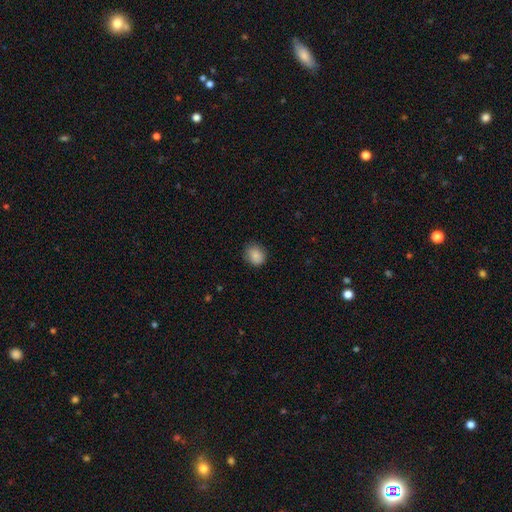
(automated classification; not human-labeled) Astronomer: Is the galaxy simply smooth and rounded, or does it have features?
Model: smooth — 85%.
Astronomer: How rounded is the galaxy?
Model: round — 68%.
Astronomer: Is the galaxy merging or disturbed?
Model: none — 79%.